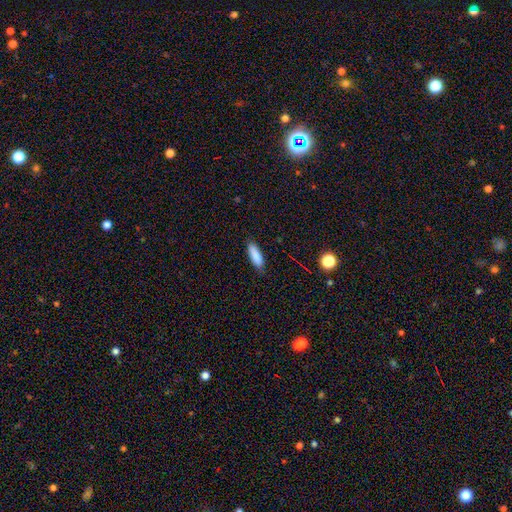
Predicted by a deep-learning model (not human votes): Smooth or featured? Predicted: smooth (p=0.86). How rounded? Predicted: cigar-shaped (p=0.52). Merging? Predicted: none (p=0.84).